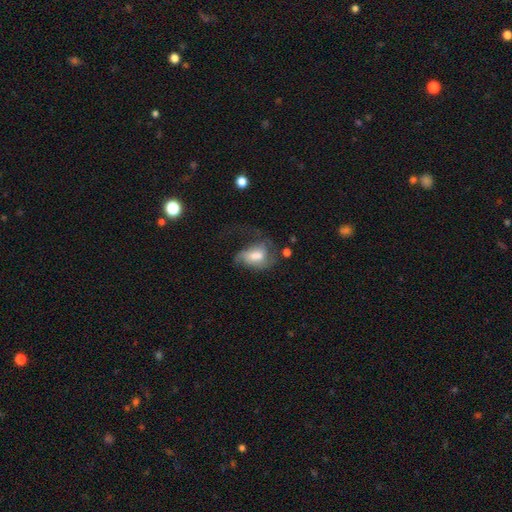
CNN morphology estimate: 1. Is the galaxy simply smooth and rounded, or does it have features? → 51% featured or disk, 41% smooth, 8% star or artifact.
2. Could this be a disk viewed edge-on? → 96% no, 4% yes.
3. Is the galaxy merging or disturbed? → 49% major disturbance, 25% none, 20% minor disturbance, 6% merger.